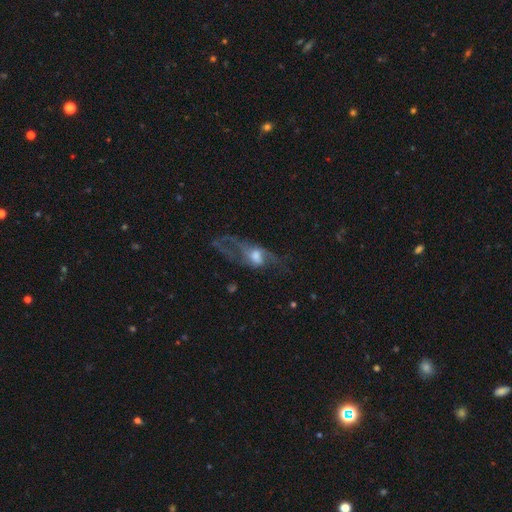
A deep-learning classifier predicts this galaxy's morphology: Smooth or featured?
  - featured or disk: 66% *
  - smooth: 24%
  - star or artifact: 10%
Edge-on disk?
  - no: 84% *
  - yes: 16%
Bar?
  - no: 60% *
  - weak: 31%
  - strong: 9%
Spiral arms?
  - yes: 60% *
  - no: 40%
Bulge size?
  - moderate: 54% *
  - small: 20%
  - large: 19%
  - none: 5%
  - dominant: 2%
Merging?
  - major disturbance: 46% *
  - none: 33%
  - minor disturbance: 17%
  - merger: 4%